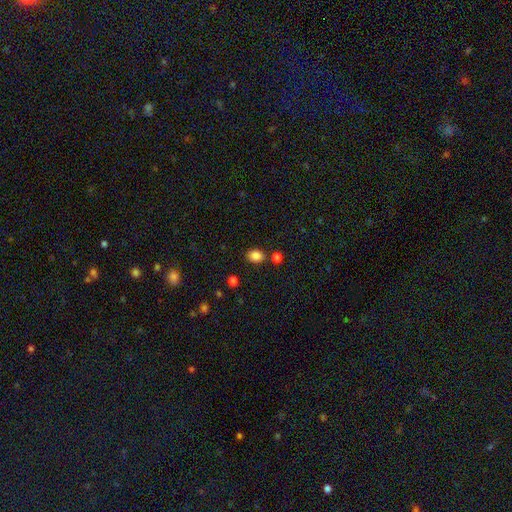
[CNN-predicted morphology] smooth_or_featured: smooth (p=0.85) [alt: star or artifact p=0.11]
how_rounded: in between (p=0.63) [alt: round p=0.36]
merging: none (p=0.78) [alt: minor disturbance p=0.11]